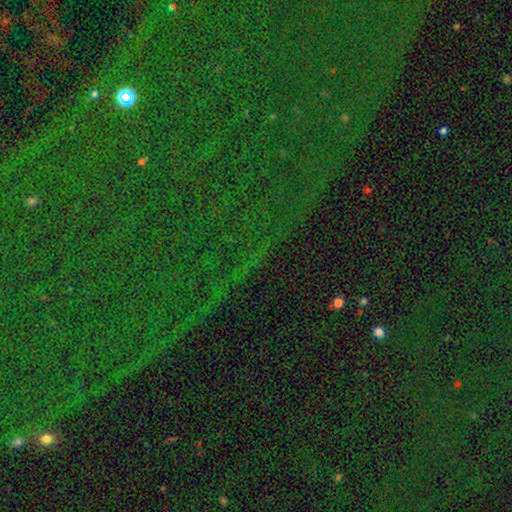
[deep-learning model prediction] This is clearly a star or artifact rather than a galaxy (86%).